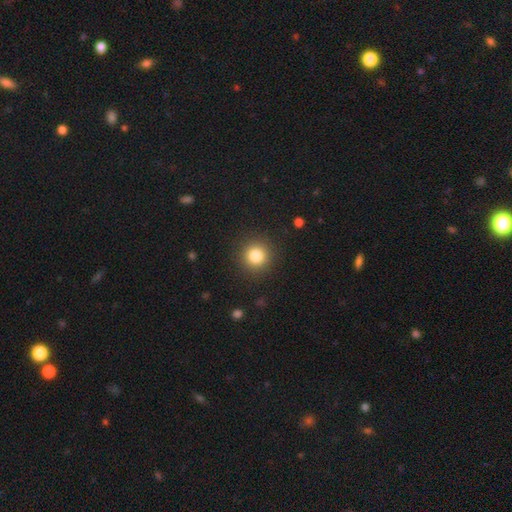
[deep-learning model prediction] smooth_or_featured: smooth (p=0.82) [alt: star or artifact p=0.12]
how_rounded: round (p=0.94) [alt: in between p=0.05]
merging: none (p=0.91) [alt: minor disturbance p=0.06]